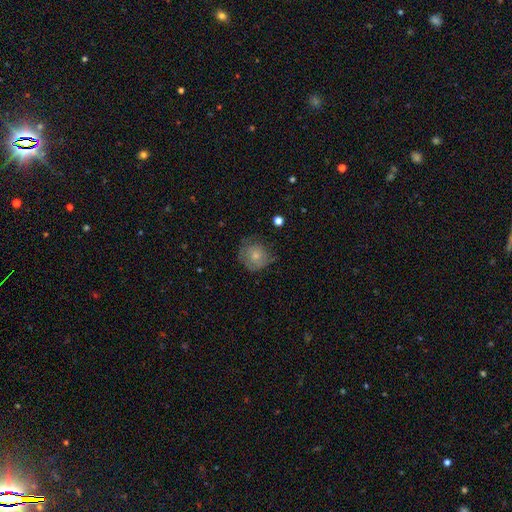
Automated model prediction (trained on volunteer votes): Morphology: type=smooth (64%); roundness=round (86%); merging=none (58%).